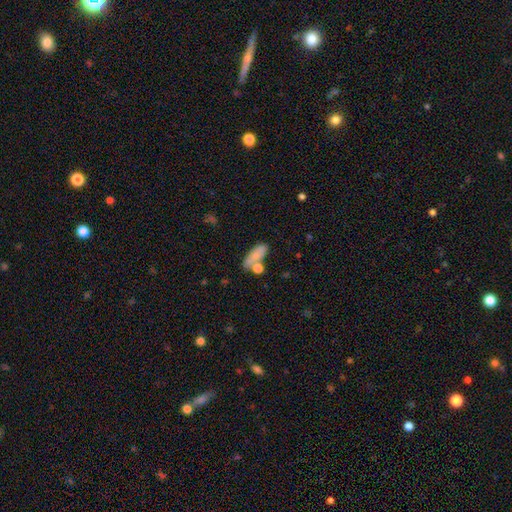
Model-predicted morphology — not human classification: smooth 76%, featured or disk 16%, star or artifact 8%. Down the decision tree: how rounded — in between (73%); merging — none (48%).